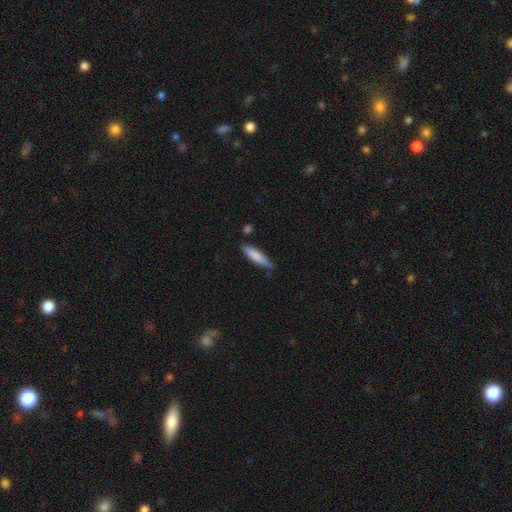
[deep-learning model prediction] A smooth galaxy with no disk features (79%) that is cigar-shaped (76%). Merging: none (73%).